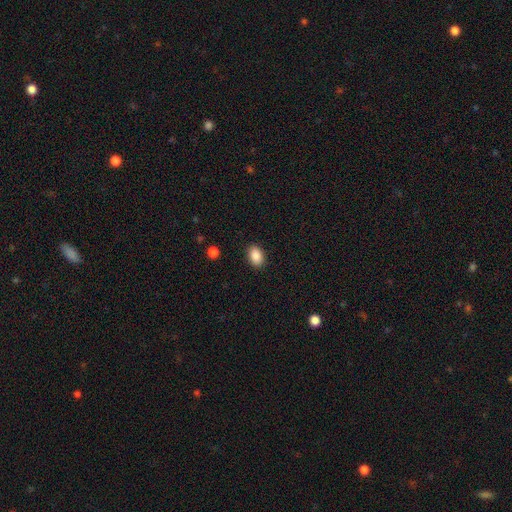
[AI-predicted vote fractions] Smooth or featured? Predicted: smooth (p=0.89). How rounded? Predicted: in between (p=0.84). Merging? Predicted: none (p=0.89).